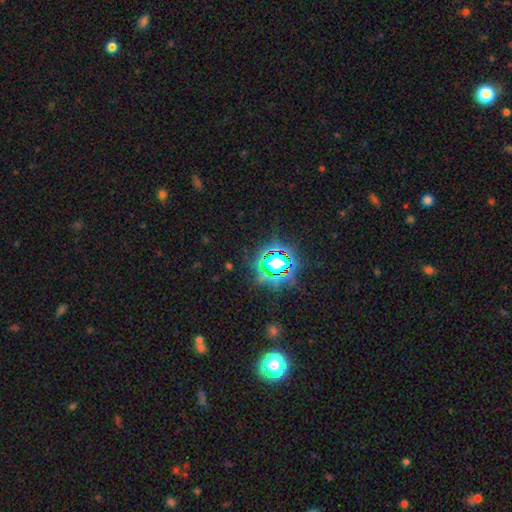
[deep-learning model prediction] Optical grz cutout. It shows a star or artifact, not a galaxy (79%).